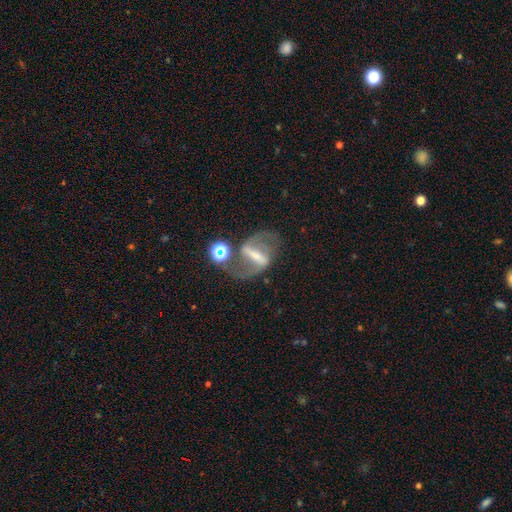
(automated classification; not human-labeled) Morphology: type=featured or disk (76%); edge-on=no (93%); bar=strong (76%); spiral arms=yes (76%); winding=loose (48%); arm count=2 (87%); bulge=none (35%); merging=none (59%).